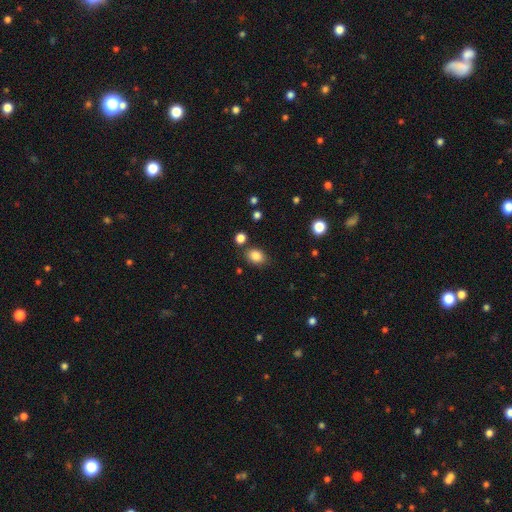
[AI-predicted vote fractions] smooth 85%, star or artifact 10%, featured or disk 5%. Down the decision tree: how rounded — in between (66%); merging — none (79%).